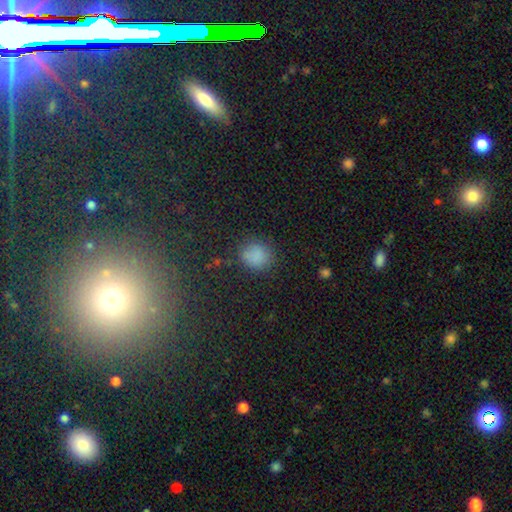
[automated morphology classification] Smooth or featured: smooth — 79% (star or artifact — 16%)
How rounded: round — 78% (in between — 20%)
Merging: none — 79% (minor disturbance — 13%)